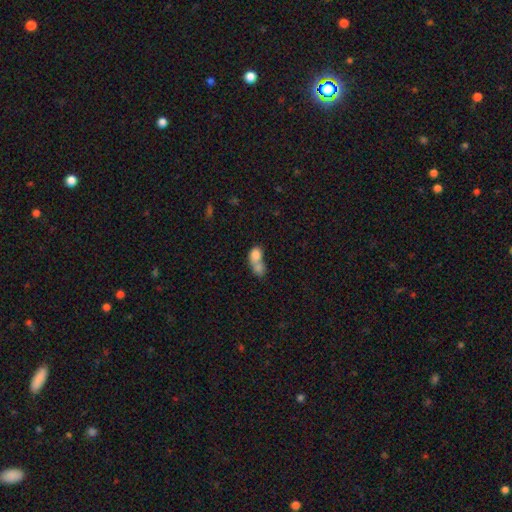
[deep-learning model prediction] This appears to be a smooth galaxy with no disk features (77%) that is in between round and cigar-shaped (62%). Merging: merger (75%).